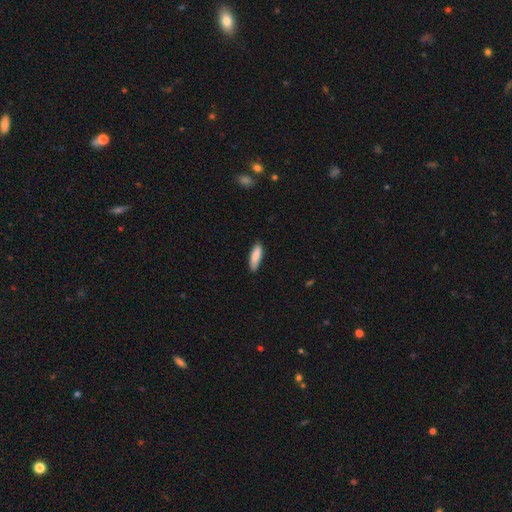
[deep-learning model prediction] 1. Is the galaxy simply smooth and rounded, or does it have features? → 87% smooth, 7% featured or disk, 6% star or artifact.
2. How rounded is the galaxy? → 52% cigar-shaped, 47% in between, 2% round.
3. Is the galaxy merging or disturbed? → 85% none, 12% minor disturbance, 2% major disturbance, 1% merger.